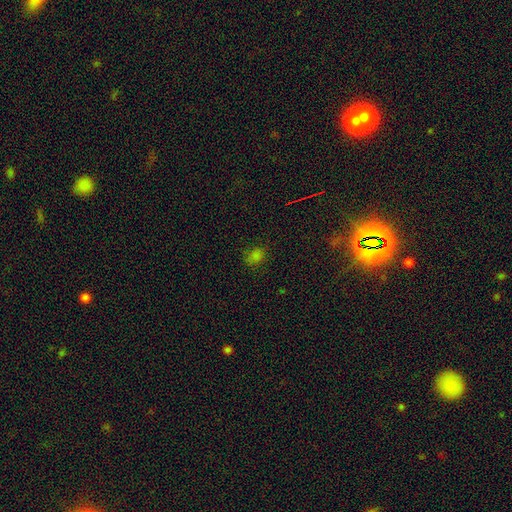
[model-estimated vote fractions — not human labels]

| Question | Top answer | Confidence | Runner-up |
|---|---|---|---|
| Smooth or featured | smooth | 65% | star or artifact (29%) |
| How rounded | round | 56% | in between (43%) |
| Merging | none | 79% | minor disturbance (14%) |